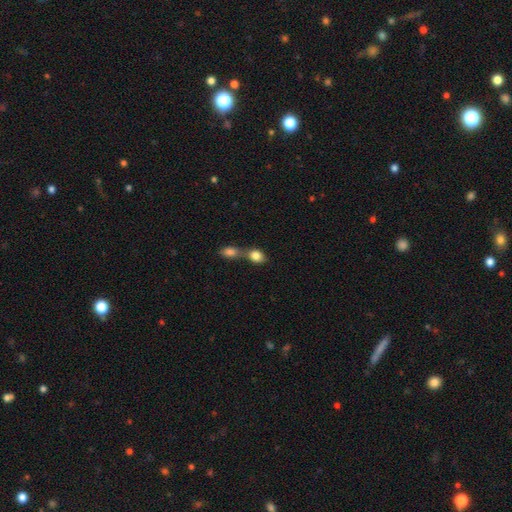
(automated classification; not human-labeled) smooth-or-featured: smooth: 84% | featured or disk: 8% | star or artifact: 8%
  how-rounded: in between: 59% | round: 38% | cigar-shaped: 2%
  merging: merger: 66% | none: 24% | minor disturbance: 7% | major disturbance: 3%